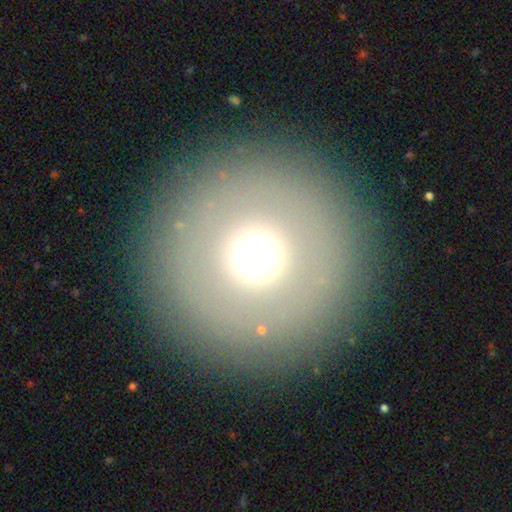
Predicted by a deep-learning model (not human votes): smooth-or-featured: smooth: 57% | star or artifact: 22% | featured or disk: 21%
  how-rounded: round: 90% | in between: 9% | cigar-shaped: 1%
  merging: none: 87% | minor disturbance: 7% | major disturbance: 5% | merger: 2%